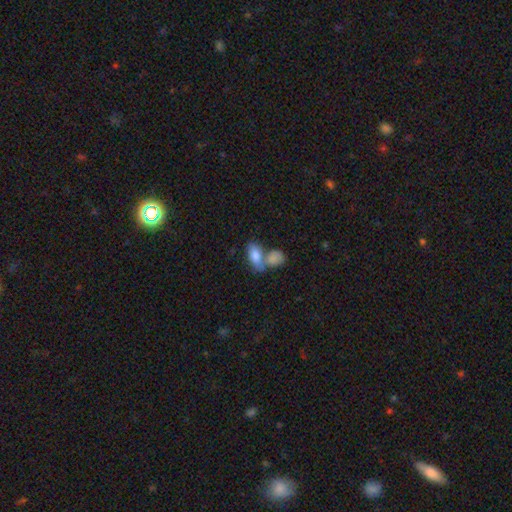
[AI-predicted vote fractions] smooth 81%, featured or disk 12%, star or artifact 7%. Down the decision tree: how rounded — in between (91%); merging — merger (54%).